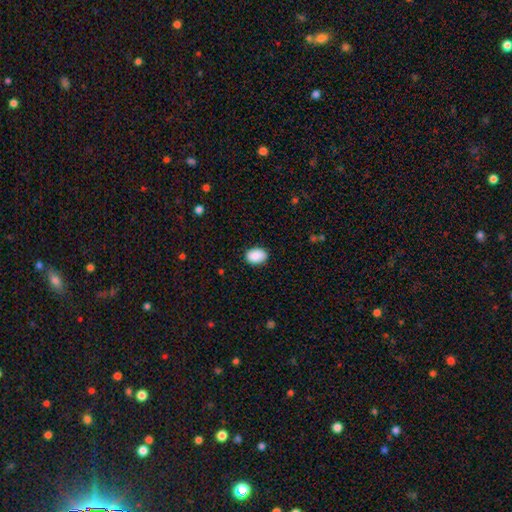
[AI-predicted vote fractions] Smooth or featured: smooth — 90% (star or artifact — 7%)
How rounded: in between — 78% (round — 21%)
Merging: none — 87% (minor disturbance — 10%)